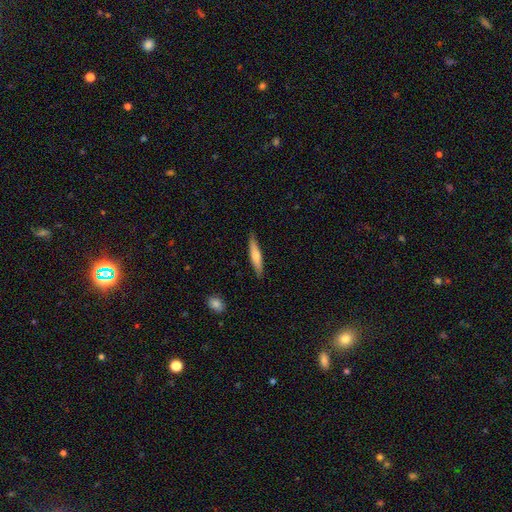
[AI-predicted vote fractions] Smooth or featured: smooth — 59% (featured or disk — 36%)
How rounded: cigar-shaped — 89% (in between — 10%)
Merging: none — 88% (minor disturbance — 9%)